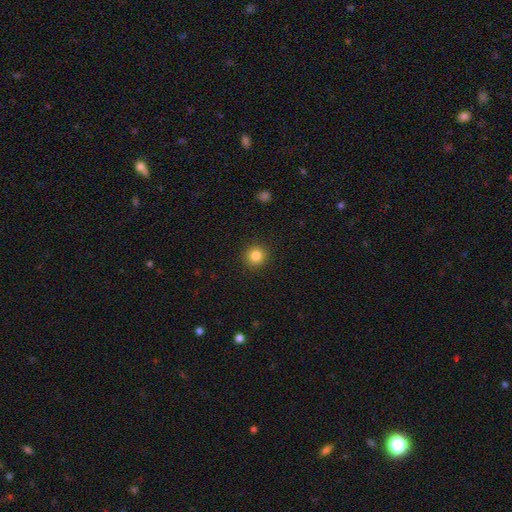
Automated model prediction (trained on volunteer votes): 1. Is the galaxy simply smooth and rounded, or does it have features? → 84% smooth, 11% star or artifact, 5% featured or disk.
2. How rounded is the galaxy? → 93% round, 6% in between, 1% cigar-shaped.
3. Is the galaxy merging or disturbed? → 92% none, 5% minor disturbance, 2% major disturbance, 1% merger.